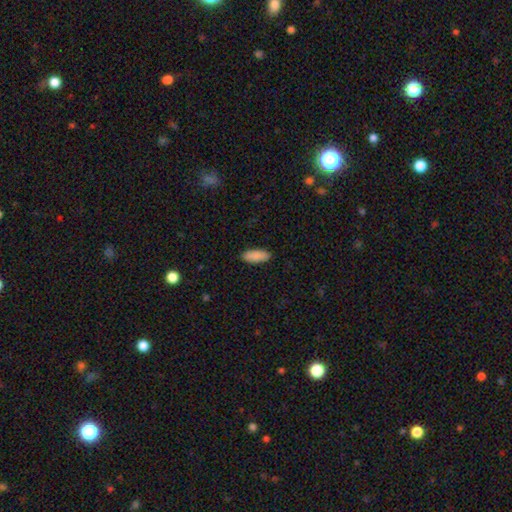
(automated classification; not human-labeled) Morphology: type=smooth (90%); roundness=in between (77%); merging=none (89%).